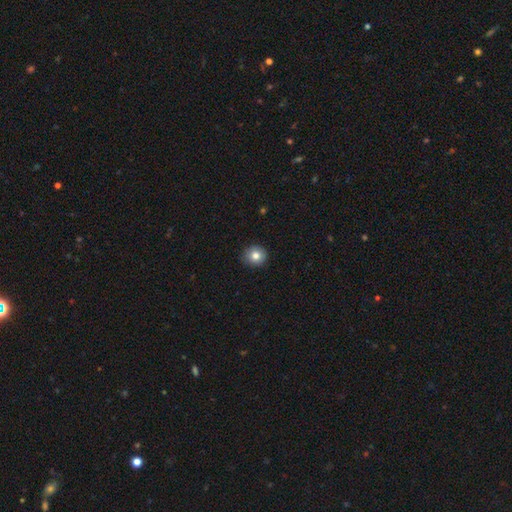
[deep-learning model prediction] A smooth galaxy with no disk features (81%) that is round (88%). Merging: none (90%).